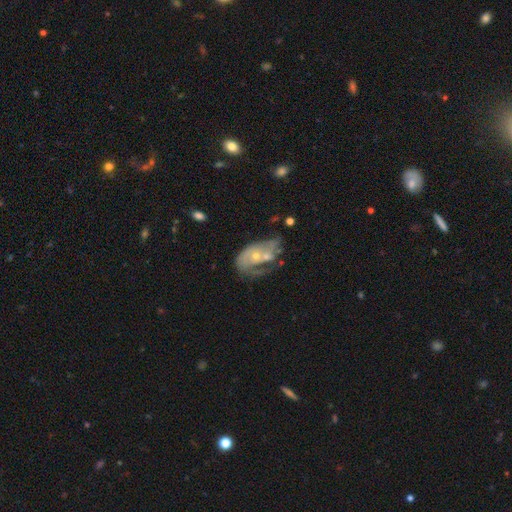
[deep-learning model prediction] Smooth or featured? featured or disk (69%)
Edge-on disk? no (95%)
Bar? no (76%)
Spiral arms? yes (65%)
Bulge size? small (60%)
Merging? major disturbance (31%)